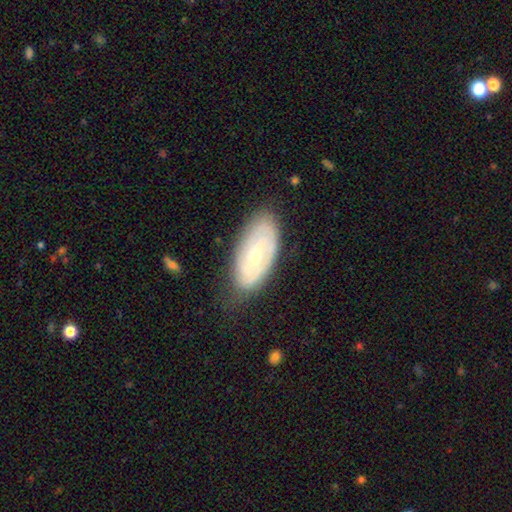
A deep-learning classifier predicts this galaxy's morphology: This appears to be a featured or disk galaxy (65%) with a weak bar (42%), spiral arms (66%) and a small central bulge (61%). Merging: none (72%).